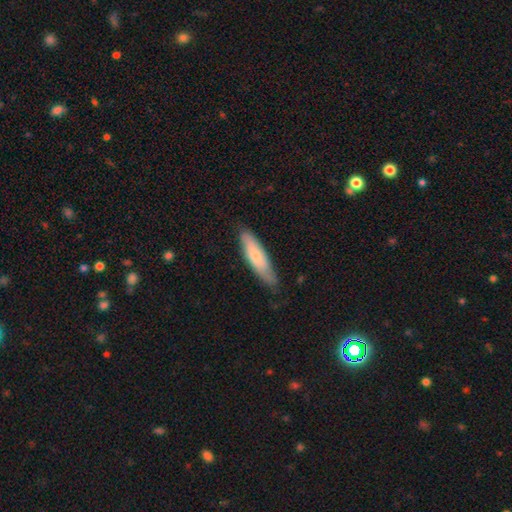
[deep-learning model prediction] A smooth galaxy with no disk features (69%) that is cigar-shaped (70%). Merging: none (73%).